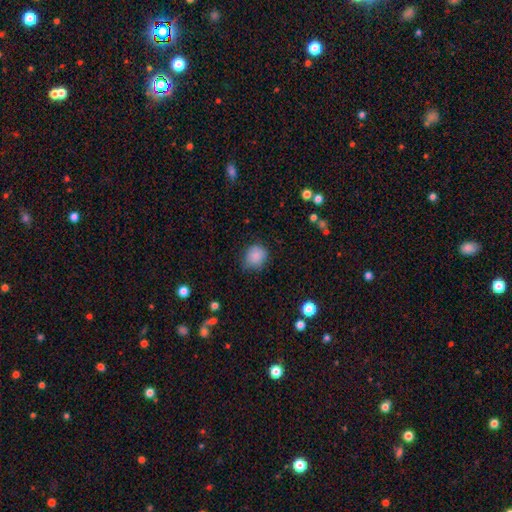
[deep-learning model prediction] Smooth or featured? smooth (86%)
How rounded? round (73%)
Merging? none (69%)